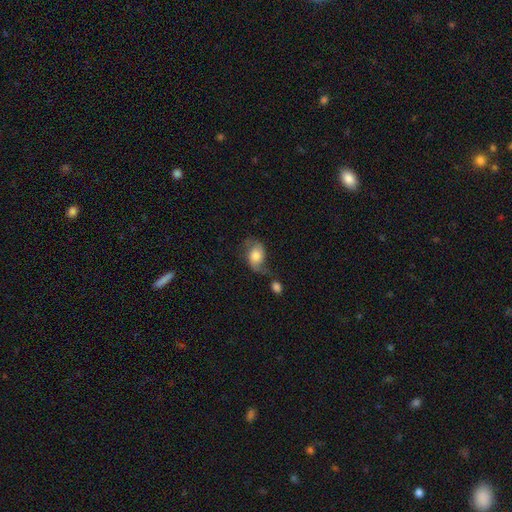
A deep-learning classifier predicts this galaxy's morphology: The model was most divided on "smooth or featured": smooth: 50%, featured or disk: 42%, star or artifact: 8%. Remaining: merging — none (35%).